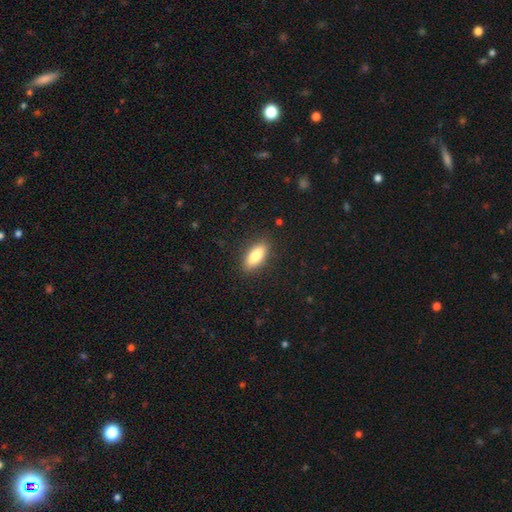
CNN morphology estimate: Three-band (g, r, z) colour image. It shows a smooth galaxy with no disk features (81%) that is in between round and cigar-shaped (75%). Merging: none (87%).